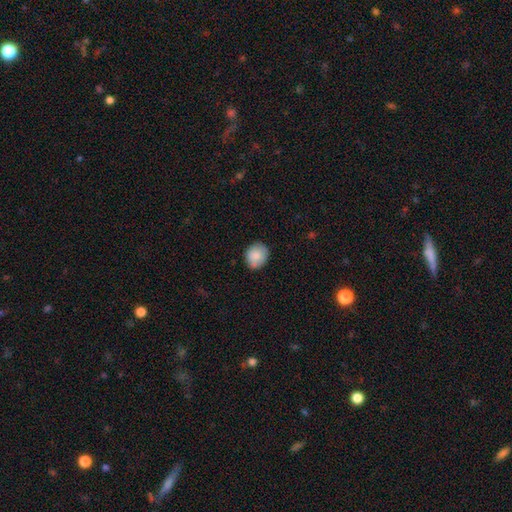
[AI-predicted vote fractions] Smooth or featured: smooth — 85% (featured or disk — 8%)
How rounded: round — 72% (in between — 28%)
Merging: none — 81% (minor disturbance — 15%)